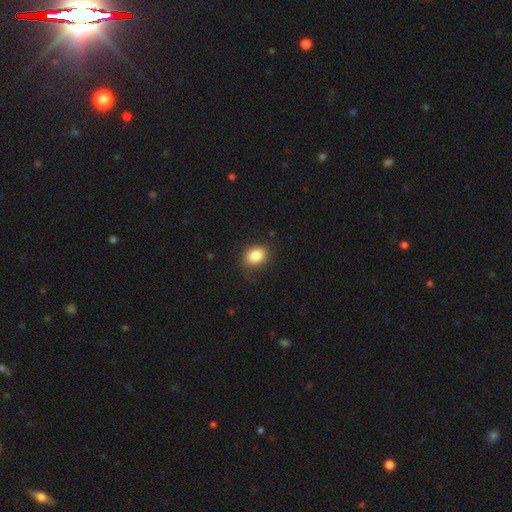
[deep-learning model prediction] Overall: smooth (85%). How rounded: round (51%; in between 48%). Merging: none (81%).